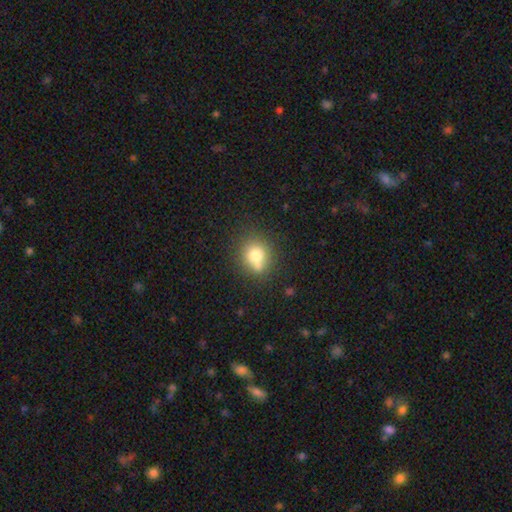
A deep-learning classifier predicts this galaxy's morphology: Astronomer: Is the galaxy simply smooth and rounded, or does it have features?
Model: smooth — 74%.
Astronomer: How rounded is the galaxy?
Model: round — 78%.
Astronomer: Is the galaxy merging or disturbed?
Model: none — 60%.